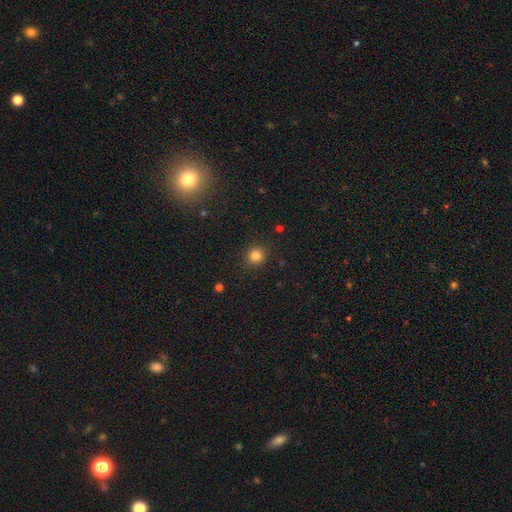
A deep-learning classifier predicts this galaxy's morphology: Smooth or featured? Predicted: smooth (p=0.83). How rounded? Predicted: round (p=0.93). Merging? Predicted: none (p=0.91).